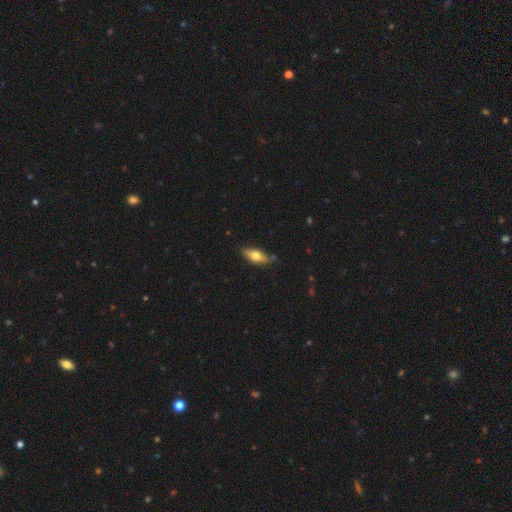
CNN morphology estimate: smooth_or_featured: smooth (p=0.60) [alt: featured or disk p=0.33]
how_rounded: in between (p=0.70) [alt: cigar-shaped p=0.27]
merging: none (p=0.80) [alt: minor disturbance p=0.14]